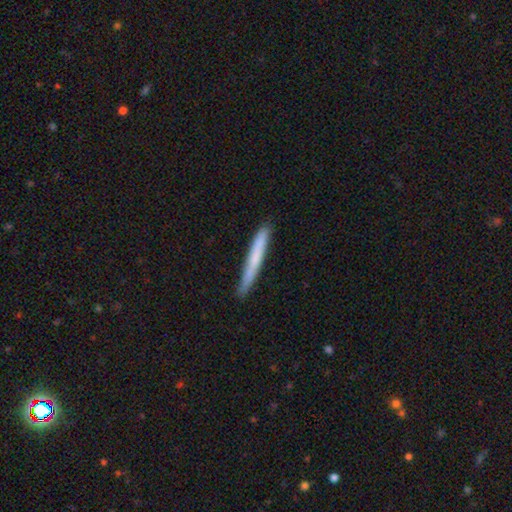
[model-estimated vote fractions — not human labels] This is likely a smooth galaxy (66%). How rounded: clearly cigar-shaped (97%). Merging: clearly none (86%).